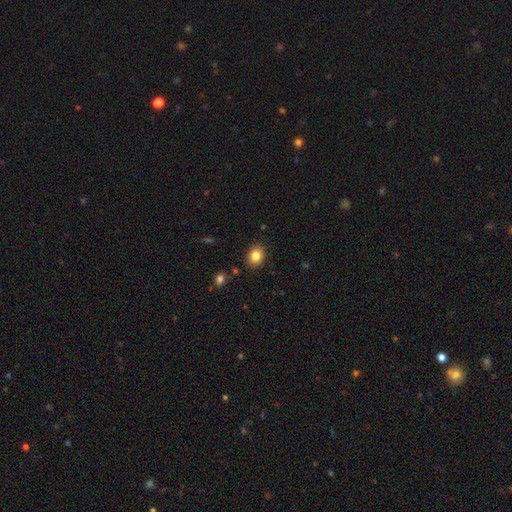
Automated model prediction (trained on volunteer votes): Smooth or featured? Predicted: smooth (p=0.85). How rounded? Predicted: round (p=0.50). Merging? Predicted: none (p=0.88).